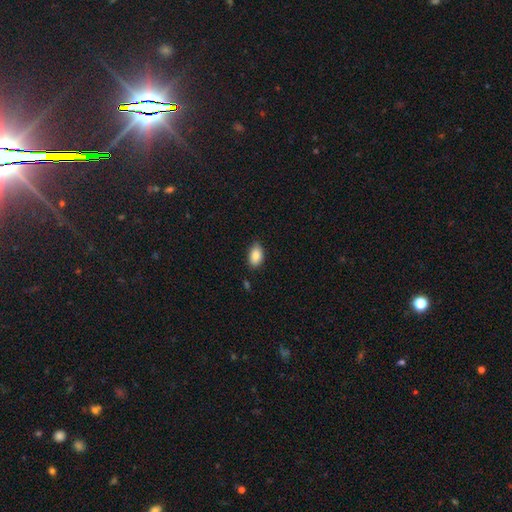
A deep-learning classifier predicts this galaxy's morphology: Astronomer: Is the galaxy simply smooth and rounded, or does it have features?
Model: smooth — 86%.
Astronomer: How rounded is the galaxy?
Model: in between — 92%.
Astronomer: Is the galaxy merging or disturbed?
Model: none — 79%.